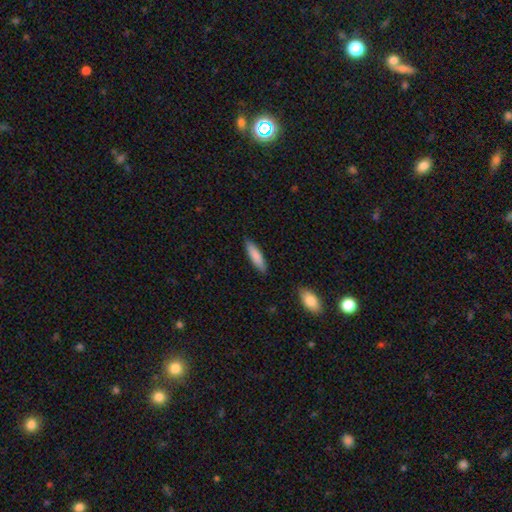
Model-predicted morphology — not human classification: smooth_or_featured: smooth (p=0.84) [alt: featured or disk p=0.11]
how_rounded: cigar-shaped (p=0.69) [alt: in between p=0.30]
merging: none (p=0.87) [alt: minor disturbance p=0.10]